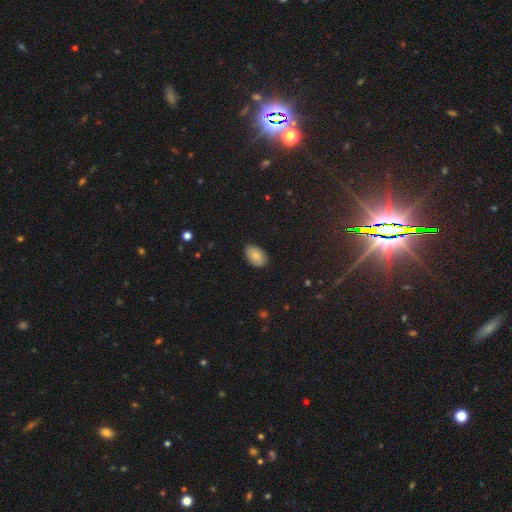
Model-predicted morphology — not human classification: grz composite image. It shows a smooth galaxy with no disk features (83%) that is in between round and cigar-shaped (91%). Merging: none (86%).